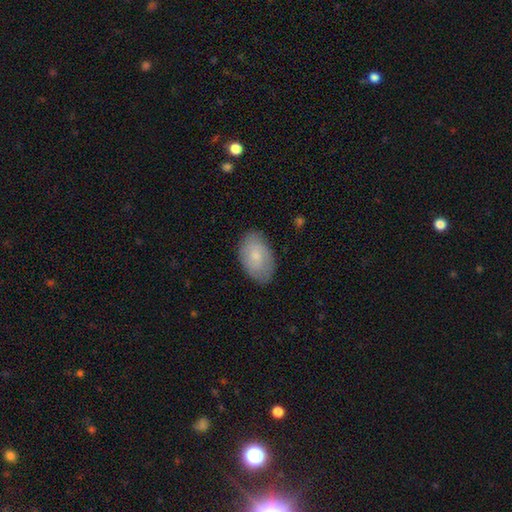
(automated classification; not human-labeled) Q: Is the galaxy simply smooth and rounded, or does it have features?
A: smooth — 68%.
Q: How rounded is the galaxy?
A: in between — 92%.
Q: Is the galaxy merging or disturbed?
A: none — 80%.